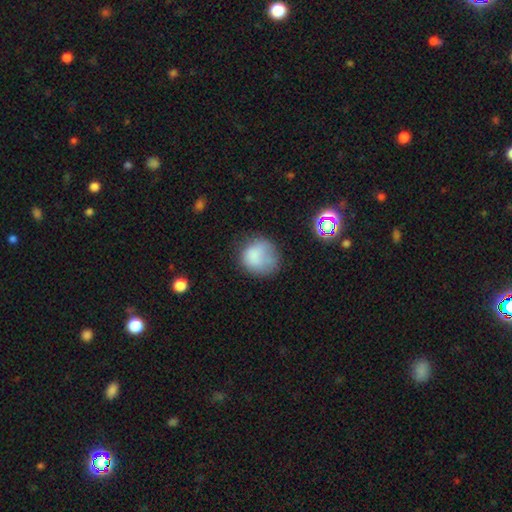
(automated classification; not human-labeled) Smooth or featured? smooth (78%)
How rounded? round (80%)
Merging? none (53%)